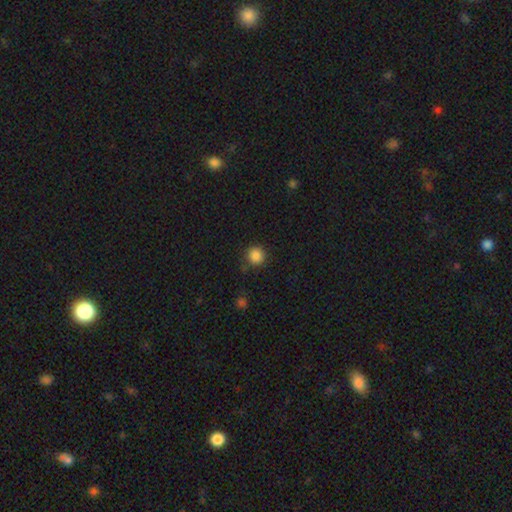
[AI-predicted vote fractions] Smooth or featured? smooth (86%)
How rounded? round (94%)
Merging? none (86%)